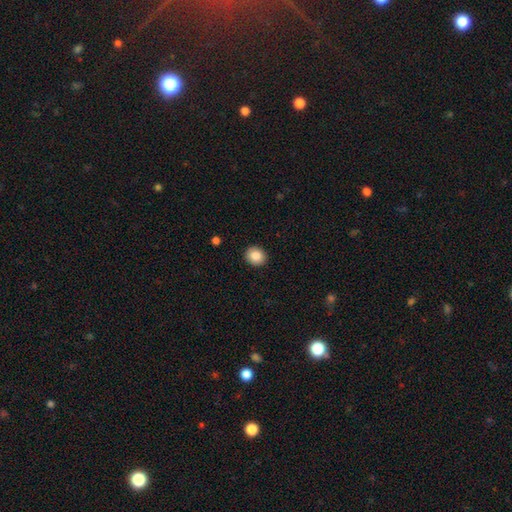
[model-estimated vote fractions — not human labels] Q: Smooth or featured?
A: smooth (85%); runner-up: star or artifact (9%)
Q: How rounded?
A: round (75%); runner-up: in between (25%)
Q: Merging?
A: none (92%); runner-up: minor disturbance (6%)